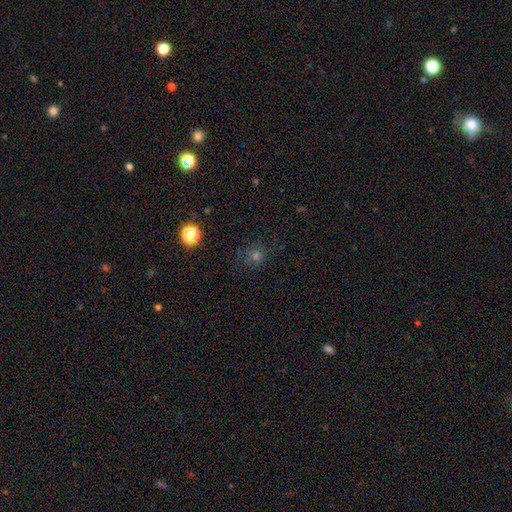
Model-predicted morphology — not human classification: smooth_or_featured: smooth (p=0.52) [alt: star or artifact p=0.35]
how_rounded: round (p=0.87) [alt: in between p=0.12]
merging: none (p=0.78) [alt: minor disturbance p=0.13]